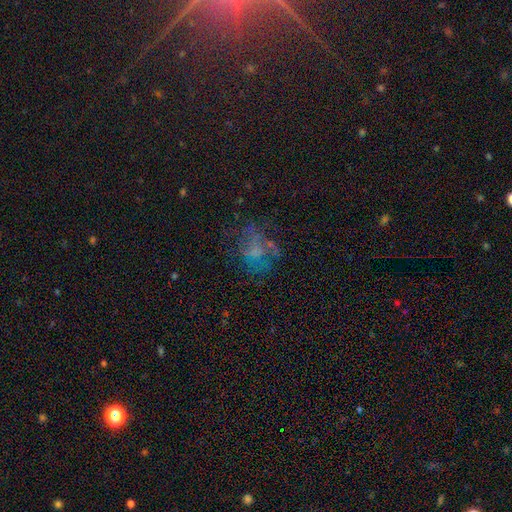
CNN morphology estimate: Q: Smooth or featured?
A: featured or disk (43%); runner-up: smooth (30%)
Q: Merging?
A: none (52%); runner-up: major disturbance (25%)